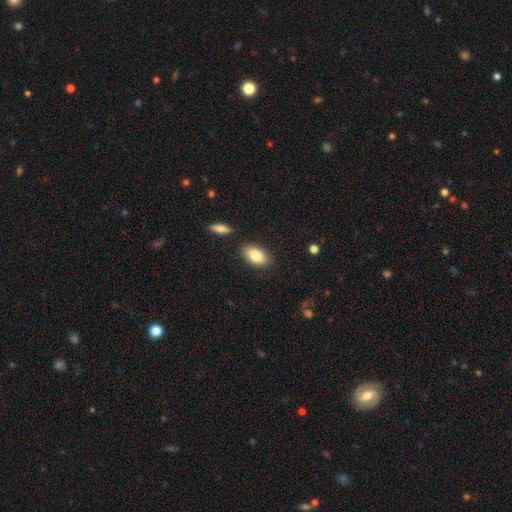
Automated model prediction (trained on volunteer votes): Q: Smooth or featured?
A: smooth (84%); runner-up: featured or disk (9%)
Q: How rounded?
A: in between (92%); runner-up: round (5%)
Q: Merging?
A: none (85%); runner-up: minor disturbance (10%)